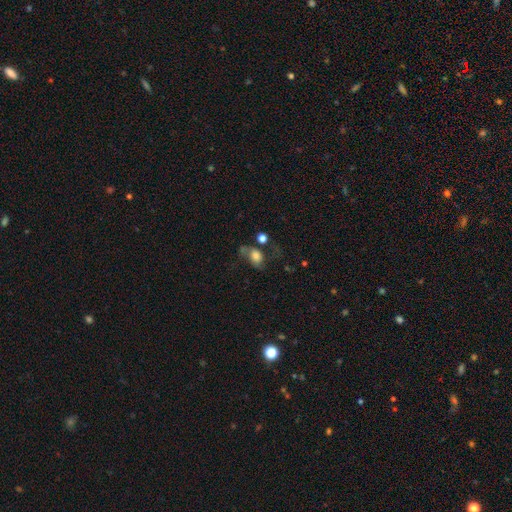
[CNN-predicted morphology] Smooth or featured?
  - smooth: 59% *
  - featured or disk: 29%
  - star or artifact: 12%
How rounded?
  - in between: 65% *
  - round: 33%
  - cigar-shaped: 2%
Merging?
  - none: 38% *
  - major disturbance: 27%
  - minor disturbance: 21%
  - merger: 14%